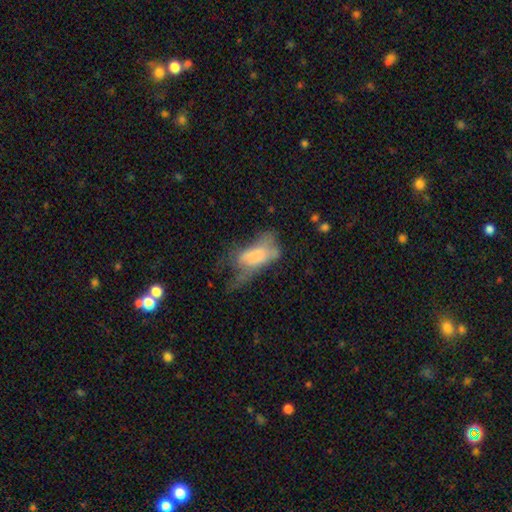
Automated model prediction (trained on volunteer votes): This appears to be a smooth galaxy with no disk features (59%) that is in between round and cigar-shaped (85%). Merging: major disturbance (52%).